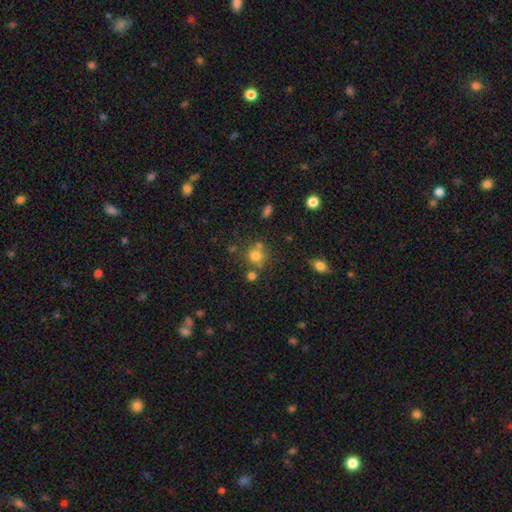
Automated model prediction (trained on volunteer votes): smooth_or_featured: smooth (p=0.75) [alt: star or artifact p=0.15]
how_rounded: round (p=0.86) [alt: in between p=0.13]
merging: none (p=0.65) [alt: merger p=0.19]